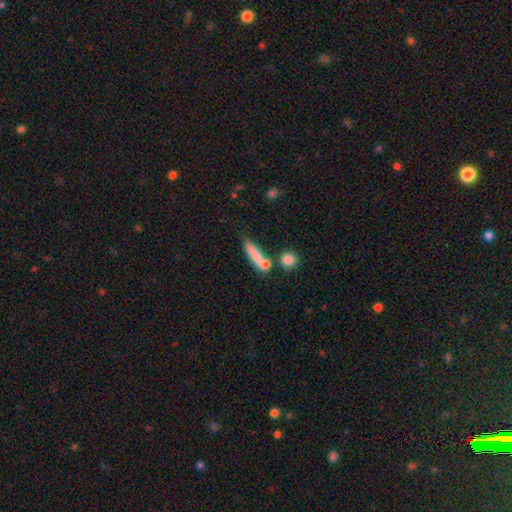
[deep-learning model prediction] A smooth galaxy with no disk features (76%) that is cigar-shaped (74%). Merging: none (54%).